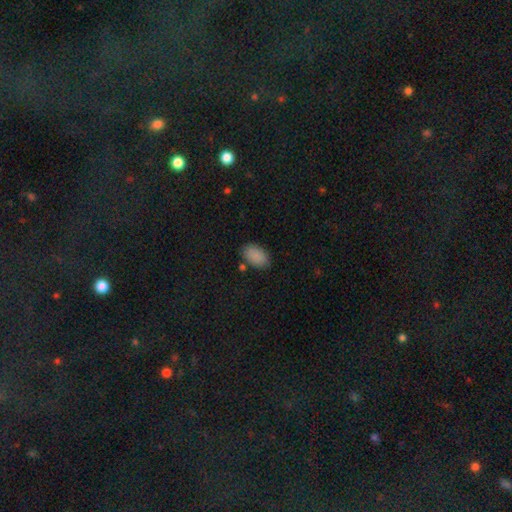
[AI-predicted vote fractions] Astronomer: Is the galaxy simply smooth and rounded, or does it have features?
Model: smooth — 88%.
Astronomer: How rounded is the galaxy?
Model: in between — 93%.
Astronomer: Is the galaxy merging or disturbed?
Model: none — 81%.